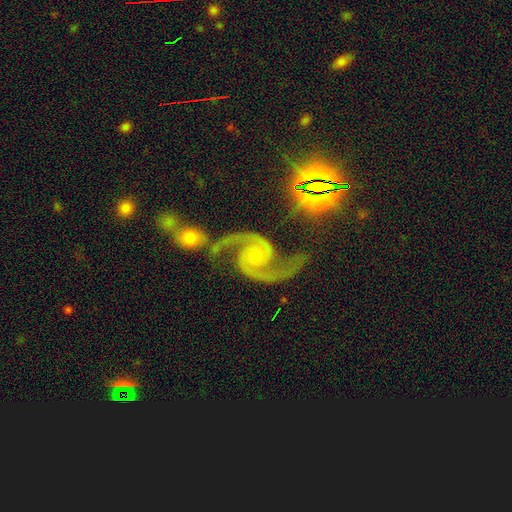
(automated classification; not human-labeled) Overall: featured or disk (93%). Edge-on disk: no (98%). Bar: no (71%). Spiral arms: yes (99%). Spiral arm count: 2 (95%). Spiral winding: medium (57%; loose 29%). Bulge size: small (66%). Merging: none (62%).